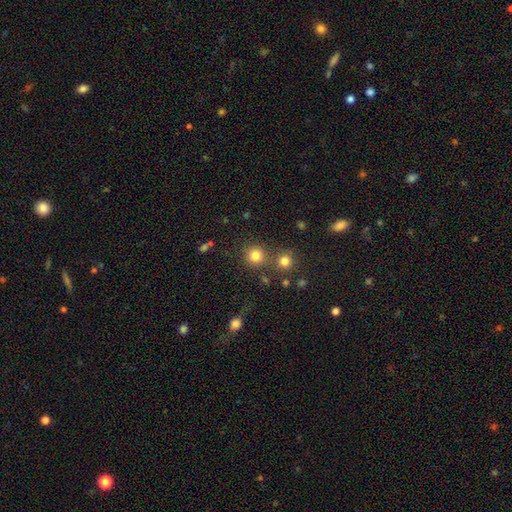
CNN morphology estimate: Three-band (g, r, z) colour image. It shows a smooth galaxy with no disk features (81%) that is round (93%). Merging: none (76%).